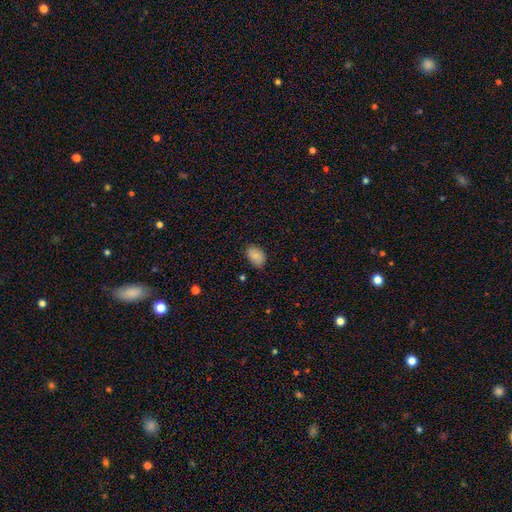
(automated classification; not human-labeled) smooth-or-featured: smooth: 84% | featured or disk: 9% | star or artifact: 8%
  how-rounded: in between: 86% | round: 13% | cigar-shaped: 1%
  merging: none: 81% | minor disturbance: 15% | major disturbance: 3% | merger: 2%